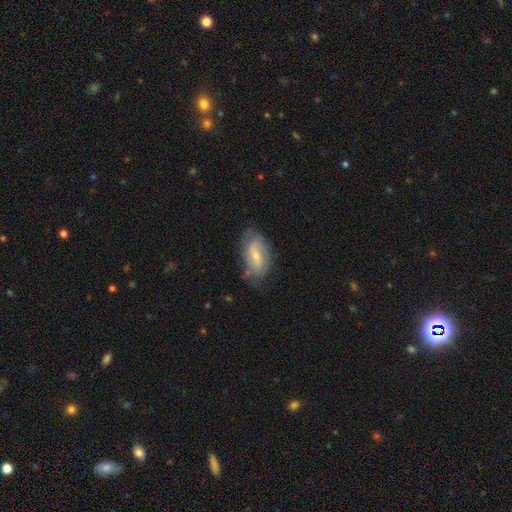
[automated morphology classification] type=featured or disk (57%); edge-on=no (93%); bar=weak (49%); spiral arms=yes (78%); bulge=small (60%); merging=none (70%).